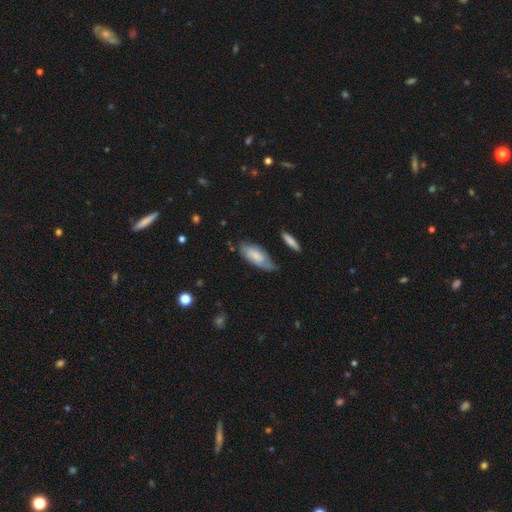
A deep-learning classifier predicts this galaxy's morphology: Smooth or featured: smooth — 64% (featured or disk — 30%)
How rounded: in between — 83% (cigar-shaped — 14%)
Merging: none — 55% (minor disturbance — 32%)